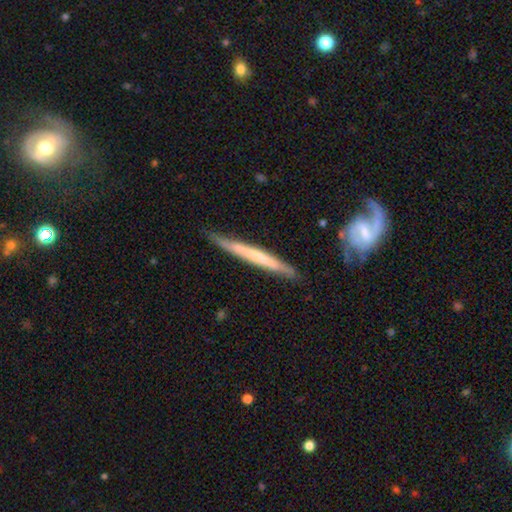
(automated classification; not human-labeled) Q: Smooth or featured?
A: featured or disk (53%); runner-up: smooth (41%)
Q: Edge-on disk?
A: yes (90%); runner-up: no (10%)
Q: Merging?
A: none (80%); runner-up: minor disturbance (15%)